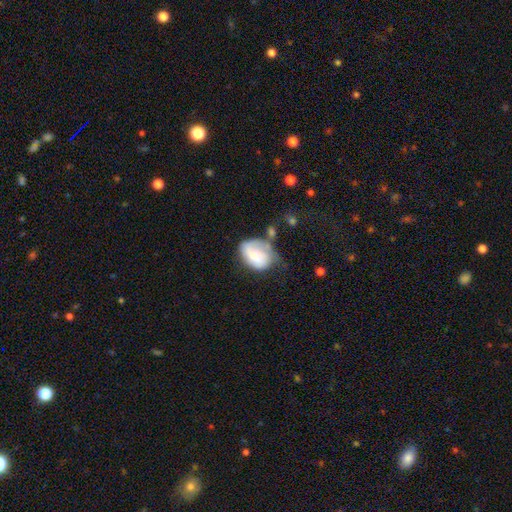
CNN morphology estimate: type=smooth (57%); roundness=in between (67%); merging=minor disturbance (33%).